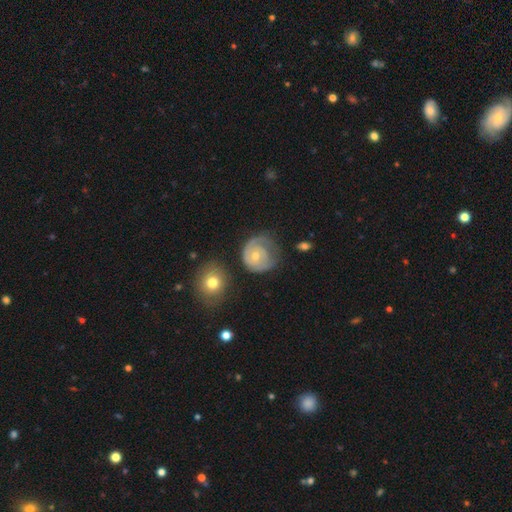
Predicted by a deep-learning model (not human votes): Smooth or featured?
  - featured or disk: 65% *
  - smooth: 29%
  - star or artifact: 6%
Edge-on disk?
  - no: 98% *
  - yes: 2%
Bar?
  - no: 81% *
  - weak: 17%
  - strong: 3%
Spiral arms?
  - yes: 79% *
  - no: 21%
Bulge size?
  - moderate: 49% *
  - small: 47%
  - large: 2%
  - none: 1%
  - dominant: 1%
Merging?
  - none: 43% *
  - minor disturbance: 27%
  - major disturbance: 26%
  - merger: 4%